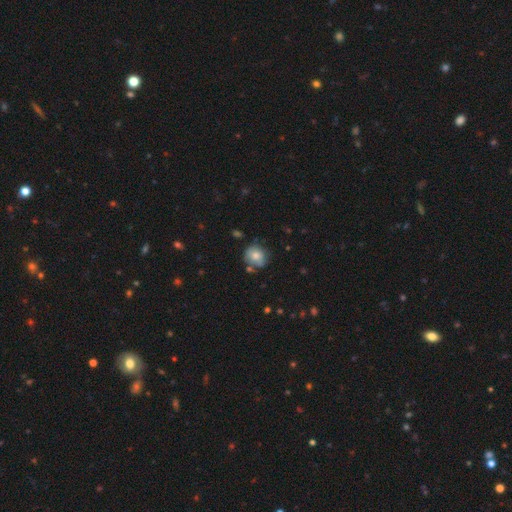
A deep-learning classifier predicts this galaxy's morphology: Q: Smooth or featured?
A: smooth (74%); runner-up: featured or disk (18%)
Q: How rounded?
A: round (79%); runner-up: in between (20%)
Q: Merging?
A: none (63%); runner-up: minor disturbance (24%)